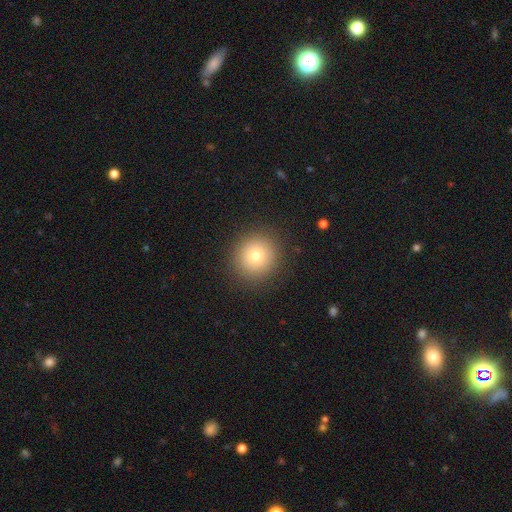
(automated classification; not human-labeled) Overall: smooth (75%). How rounded: round (93%). Merging: none (90%).